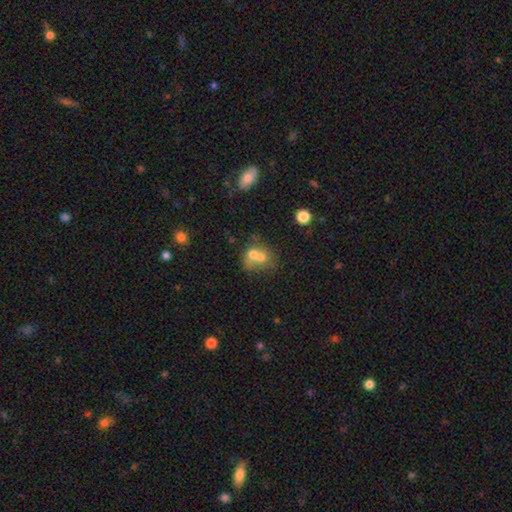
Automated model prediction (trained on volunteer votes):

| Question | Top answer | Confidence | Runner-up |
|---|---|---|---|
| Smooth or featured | smooth | 63% | featured or disk (25%) |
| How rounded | round | 64% | in between (35%) |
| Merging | merger | 66% | none (22%) |